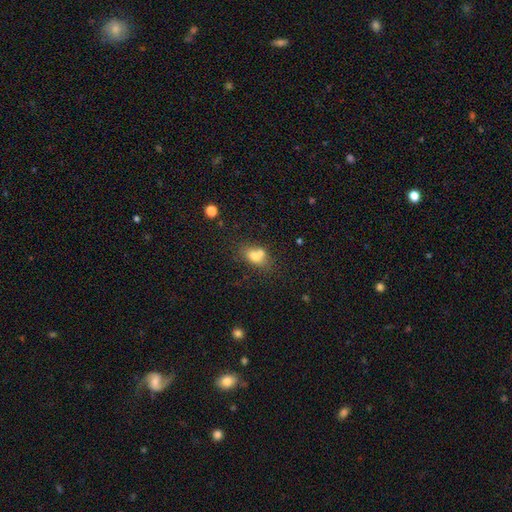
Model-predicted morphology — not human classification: Smooth or featured?
  - smooth: 71% *
  - featured or disk: 17%
  - star or artifact: 12%
How rounded?
  - in between: 72% *
  - round: 25%
  - cigar-shaped: 3%
Merging?
  - none: 43% *
  - merger: 39%
  - minor disturbance: 13%
  - major disturbance: 5%